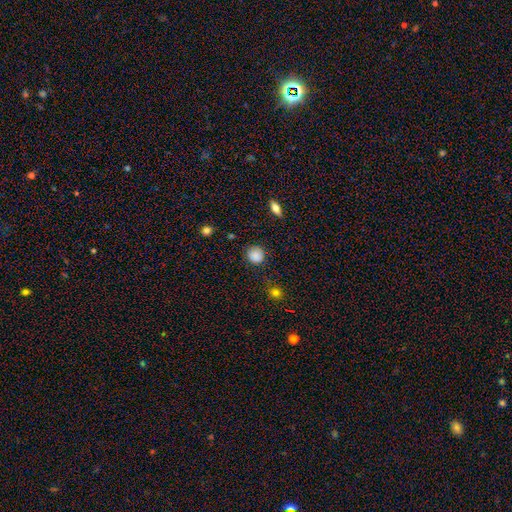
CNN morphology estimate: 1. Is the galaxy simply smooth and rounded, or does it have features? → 85% smooth, 9% star or artifact, 5% featured or disk.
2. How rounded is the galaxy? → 90% round, 9% in between, 1% cigar-shaped.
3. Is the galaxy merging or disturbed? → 84% none, 11% minor disturbance, 3% major disturbance, 1% merger.